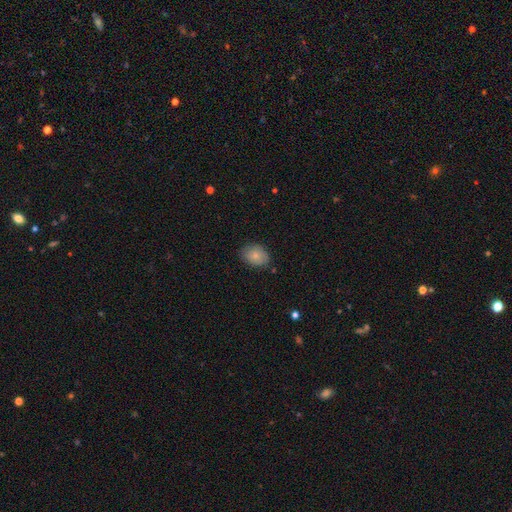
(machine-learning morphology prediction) type=smooth (82%); roundness=in between (74%); merging=none (80%).